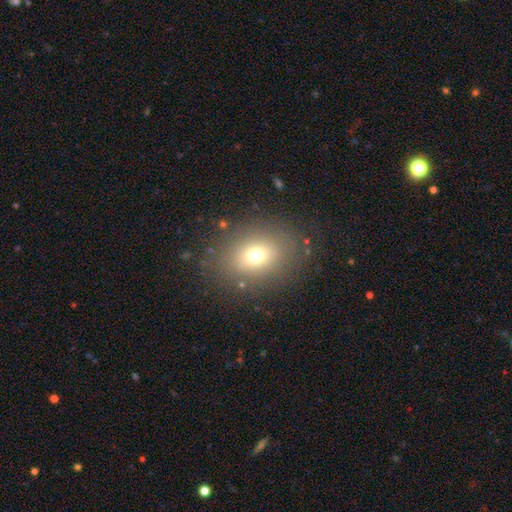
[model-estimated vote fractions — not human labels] smooth-or-featured: smooth: 70% | star or artifact: 16% | featured or disk: 15%
  how-rounded: in between: 59% | round: 39% | cigar-shaped: 1%
  merging: none: 83% | minor disturbance: 10% | major disturbance: 5% | merger: 2%